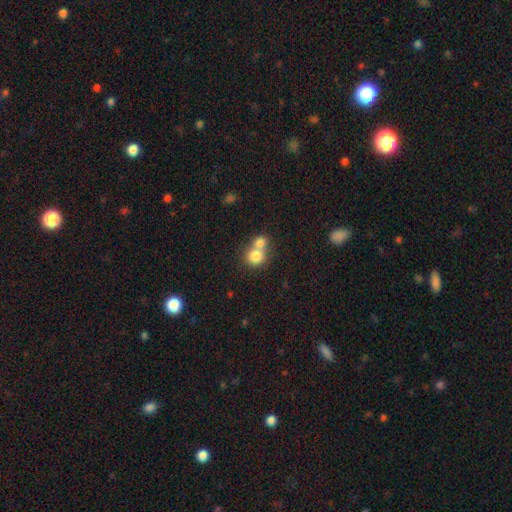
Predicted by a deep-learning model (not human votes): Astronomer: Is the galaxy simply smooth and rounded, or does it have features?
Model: smooth — 80%.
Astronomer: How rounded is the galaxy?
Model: round — 82%.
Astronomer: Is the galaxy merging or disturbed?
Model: merger — 59%.